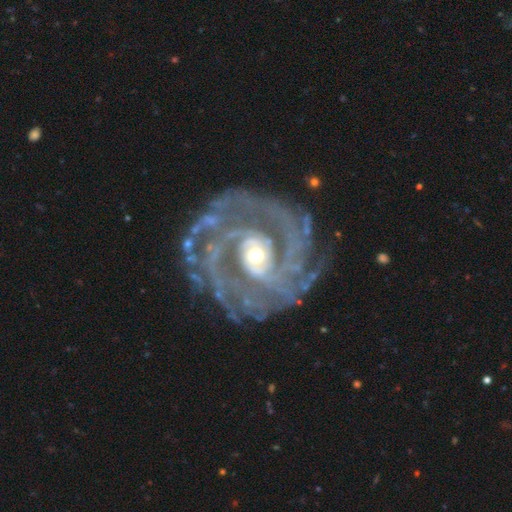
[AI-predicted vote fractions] This appears to be a featured or disk galaxy (93%) with no bar (51%), 2 (35%) tight (57%) spiral arms (98%) and a moderate central bulge (58%). Merging: none (70%).